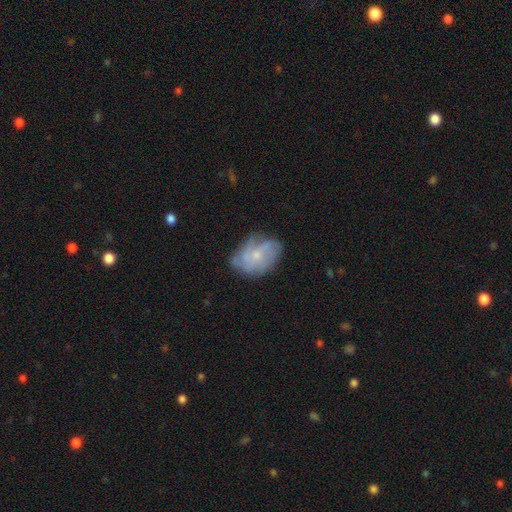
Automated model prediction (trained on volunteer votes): smooth-or-featured: featured or disk: 57% | smooth: 35% | star or artifact: 8%
  disk-edge-on: no: 97% | yes: 3%
    bar: no: 78% | weak: 20% | strong: 3%
    has-spiral-arms: yes: 67% | no: 33%
    bulge-size: small: 63% | moderate: 29% | none: 5% | large: 2% | dominant: 1%
  merging: none: 58% | minor disturbance: 28% | major disturbance: 12% | merger: 2%